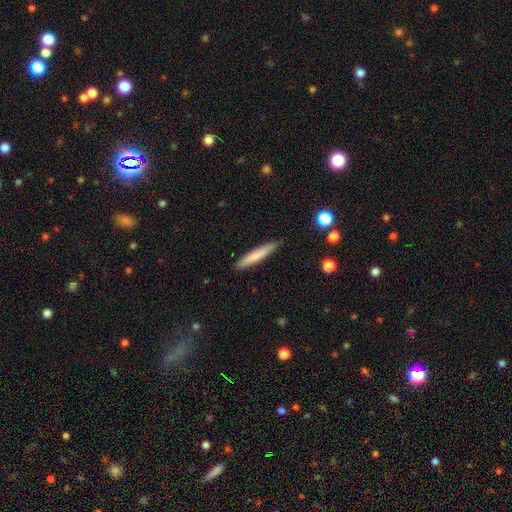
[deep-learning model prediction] Overall: smooth (75%). How rounded: cigar-shaped (93%). Merging: none (88%).